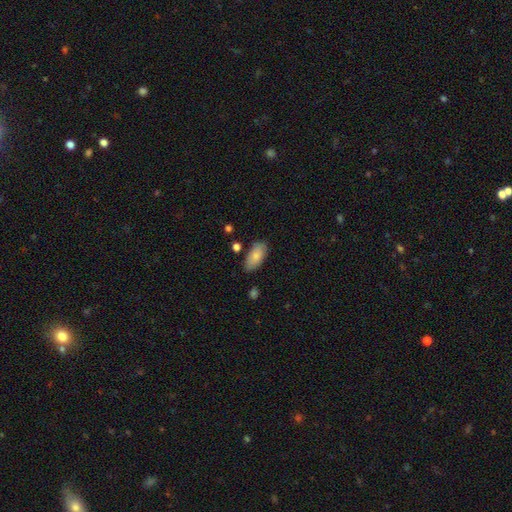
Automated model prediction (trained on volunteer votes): This appears to be a smooth galaxy with no disk features (83%) that is in between round and cigar-shaped (92%). Merging: none (80%).